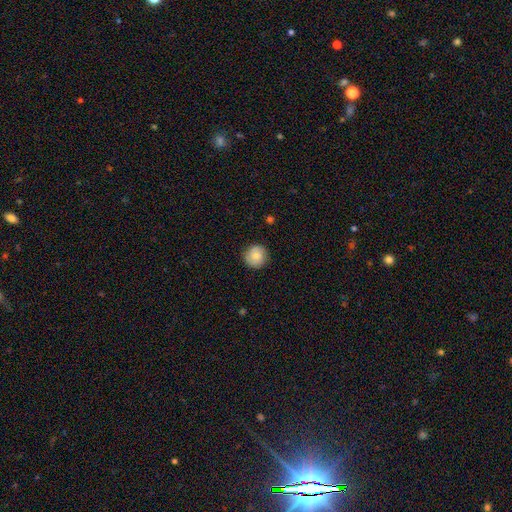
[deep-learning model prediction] This is likely a smooth galaxy (76%). How rounded: clearly round (93%). Merging: clearly none (86%).